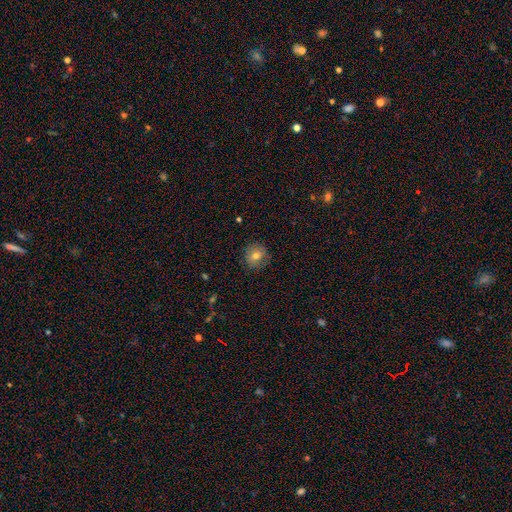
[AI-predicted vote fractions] Q: Smooth or featured?
A: smooth (70%); runner-up: featured or disk (19%)
Q: How rounded?
A: round (87%); runner-up: in between (12%)
Q: Merging?
A: none (82%); runner-up: minor disturbance (14%)